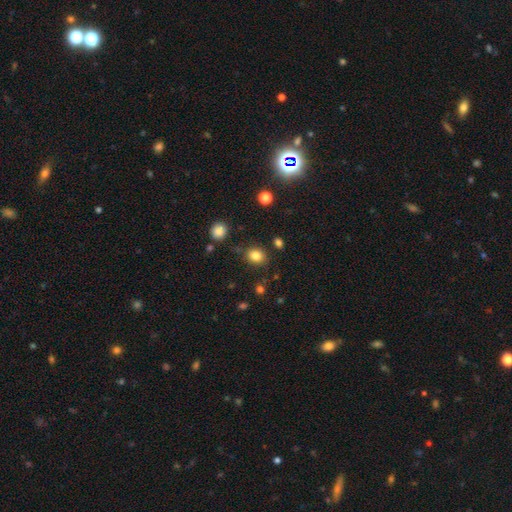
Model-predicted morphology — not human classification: A smooth galaxy with no disk features (83%) that is round (62%).

Vote fractions:
- Smooth or featured? smooth: 83% / star or artifact: 11% / featured or disk: 5%
- How rounded? round: 62% / in between: 37% / cigar-shaped: 1%
- Merging? none: 82% / minor disturbance: 10% / merger: 4% / major disturbance: 4%